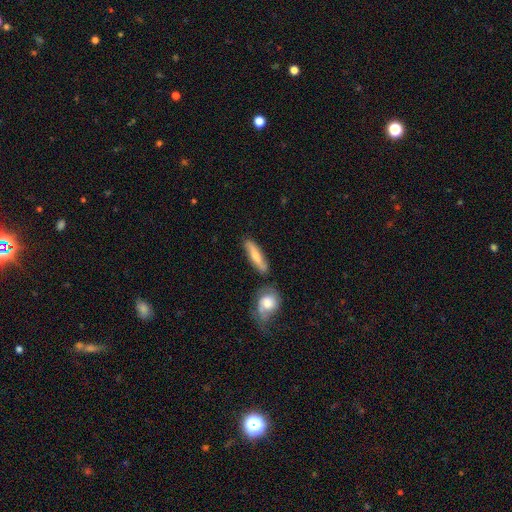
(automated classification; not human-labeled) Smooth or featured: smooth — 57% (featured or disk — 37%)
How rounded: cigar-shaped — 71% (in between — 26%)
Merging: none — 73% (minor disturbance — 14%)